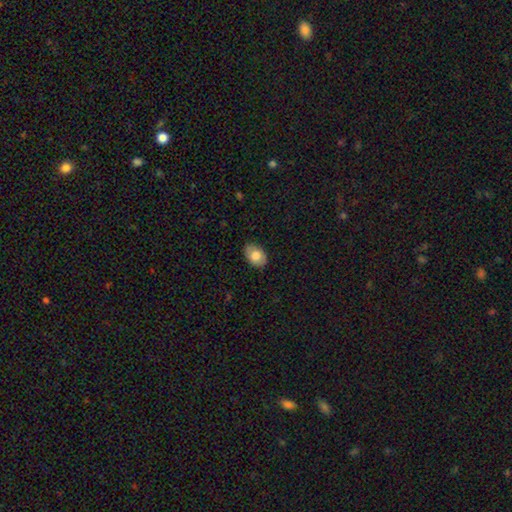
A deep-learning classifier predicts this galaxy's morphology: This is likely a smooth galaxy (75%). How rounded: clearly in between (83%). Merging: clearly none (81%).